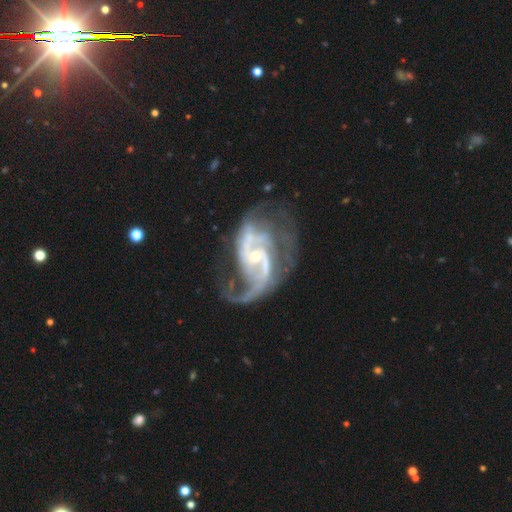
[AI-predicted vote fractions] A featured or disk galaxy (91%) with no bar (42%, tied with weak), 2 (68%) medium (48%) spiral arms (97%) and a small central bulge (68%). Merging: none (48%).